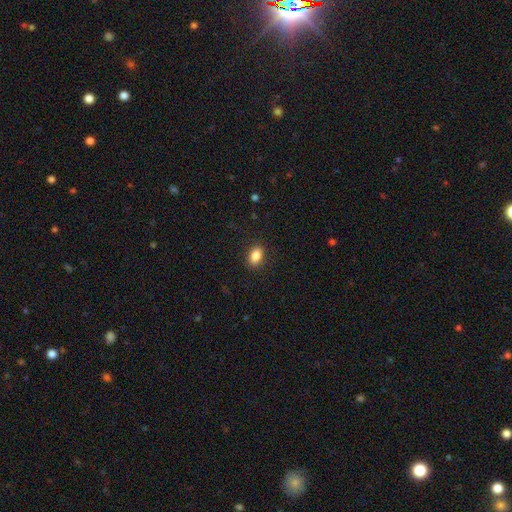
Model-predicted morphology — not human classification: This appears to be a smooth galaxy with no disk features (86%) that is in between round and cigar-shaped (85%). Merging: none (88%).